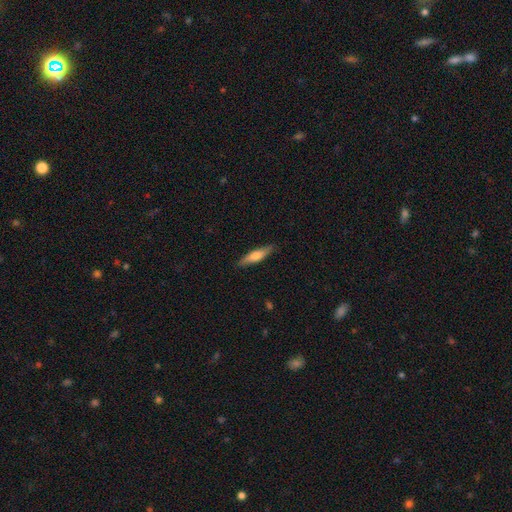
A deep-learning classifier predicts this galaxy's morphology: Overall: smooth (62%; featured or disk 33%). How rounded: cigar-shaped (75%). Merging: none (87%).